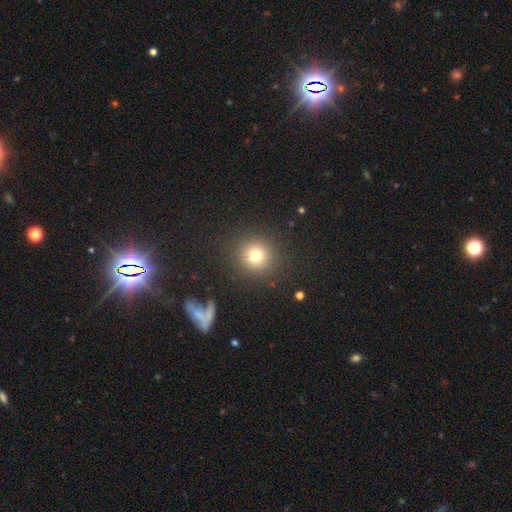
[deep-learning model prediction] Smooth or featured?
  - smooth: 75% *
  - star or artifact: 16%
  - featured or disk: 9%
How rounded?
  - round: 92% *
  - in between: 7%
  - cigar-shaped: 1%
Merging?
  - none: 89% *
  - minor disturbance: 6%
  - major disturbance: 3%
  - merger: 2%